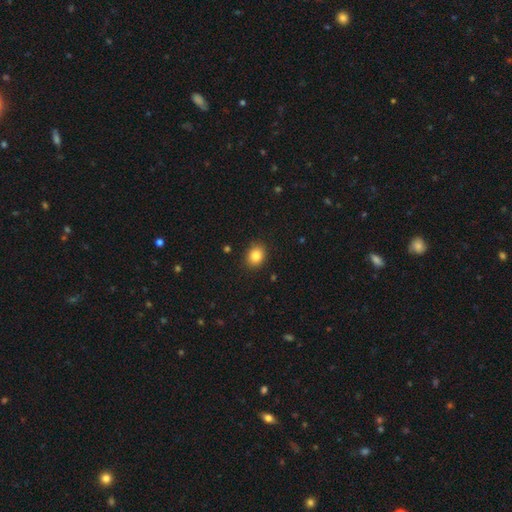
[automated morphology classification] This appears to be a smooth galaxy with no disk features (86%) that is round (52%). Merging: none (87%).